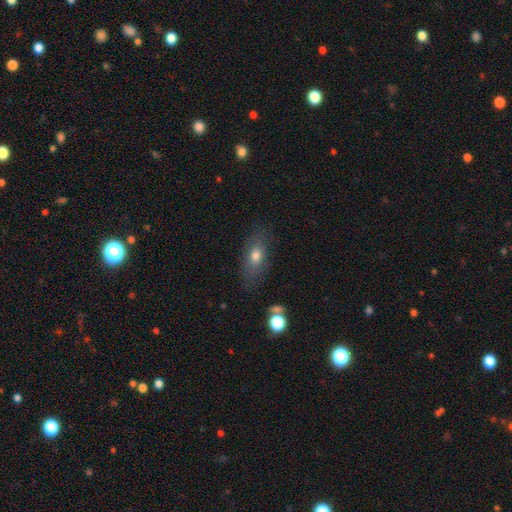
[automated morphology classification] smooth-or-featured: smooth: 69% | featured or disk: 21% | star or artifact: 10%
  how-rounded: in between: 80% | cigar-shaped: 11% | round: 10%
  merging: none: 77% | minor disturbance: 15% | major disturbance: 5% | merger: 2%